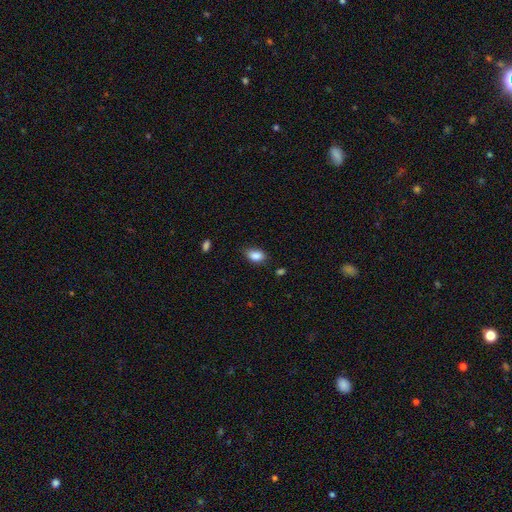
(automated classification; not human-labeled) Smooth or featured? Predicted: smooth (p=0.88). How rounded? Predicted: in between (p=0.88). Merging? Predicted: none (p=0.76).